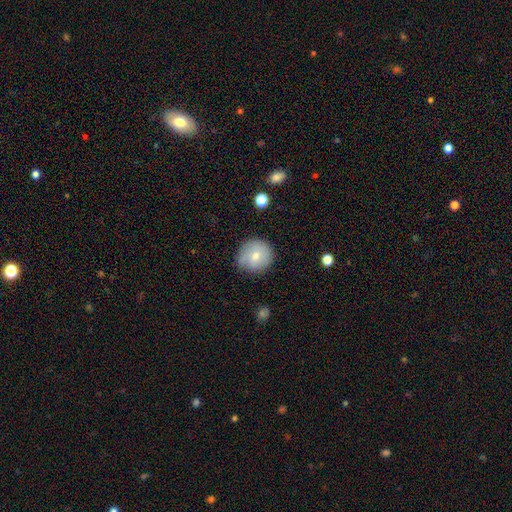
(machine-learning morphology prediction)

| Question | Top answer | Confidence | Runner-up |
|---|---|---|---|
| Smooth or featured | smooth | 71% | featured or disk (21%) |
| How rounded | round | 91% | in between (8%) |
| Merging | none | 74% | minor disturbance (20%) |